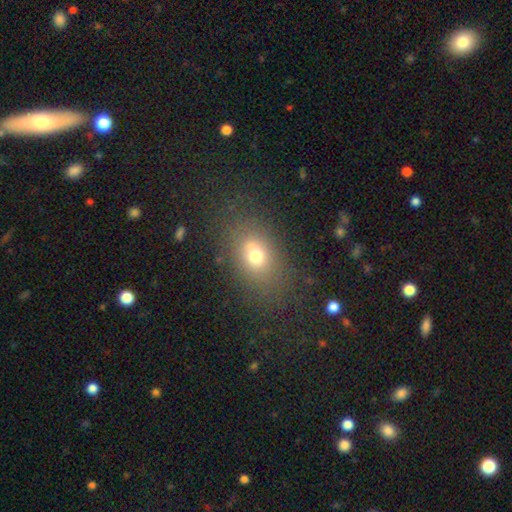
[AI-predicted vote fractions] Smooth or featured? Predicted: smooth (p=0.68). How rounded? Predicted: in between (p=0.65). Merging? Predicted: none (p=0.72).